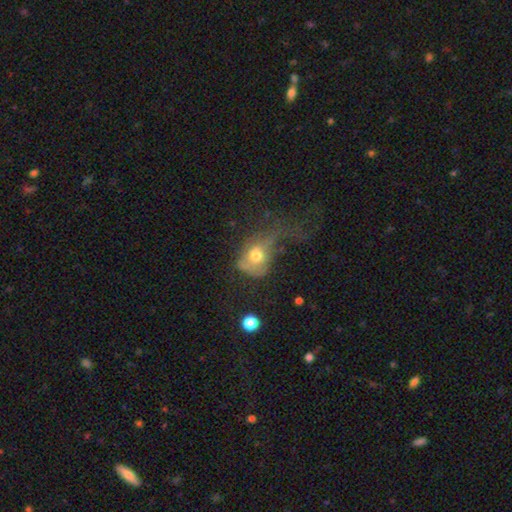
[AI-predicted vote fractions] A smooth galaxy with no disk features (59%) that is round (49%, tied with in between).

Vote fractions:
- Smooth or featured? smooth: 59% / featured or disk: 29% / star or artifact: 12%
- How rounded? round: 49% (tied) / in between: 49% (tied) / cigar-shaped: 2%
- Merging? major disturbance: 57% / minor disturbance: 20% / none: 19% / merger: 5%